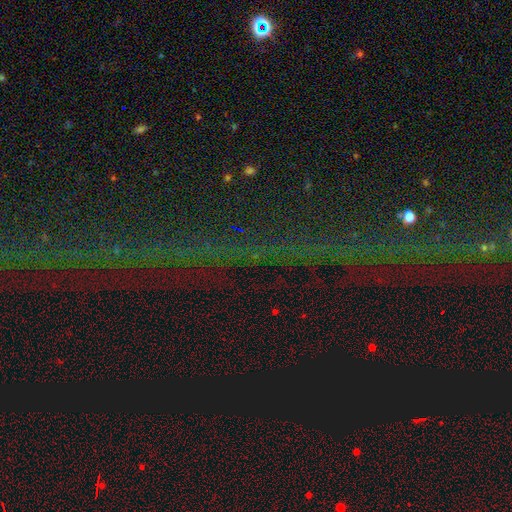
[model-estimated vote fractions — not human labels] Overall: star or artifact (80%).